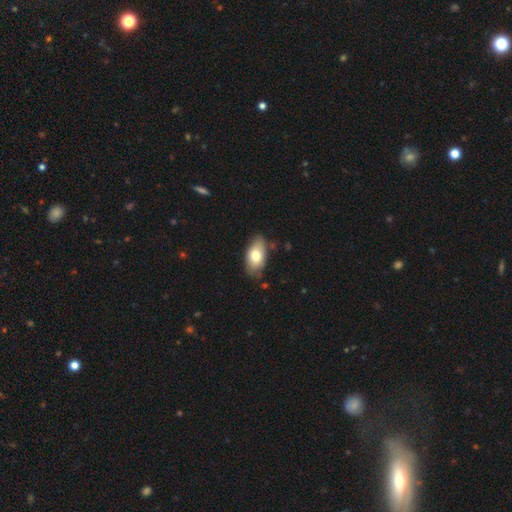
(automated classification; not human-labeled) Smooth or featured: smooth — 75% (featured or disk — 19%)
How rounded: in between — 92% (round — 4%)
Merging: none — 75% (minor disturbance — 19%)